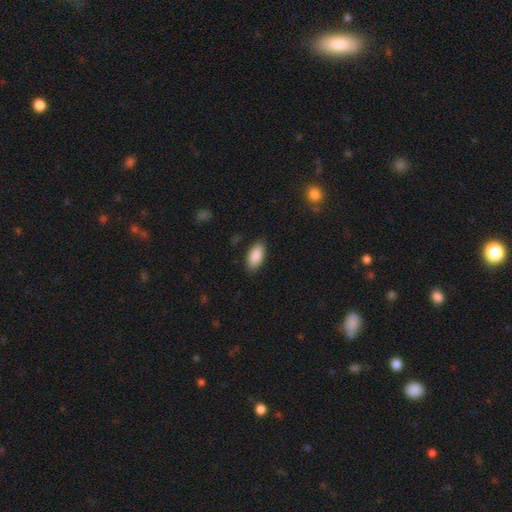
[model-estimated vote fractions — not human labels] Morphology: type=smooth (89%); roundness=in between (92%); merging=none (86%).